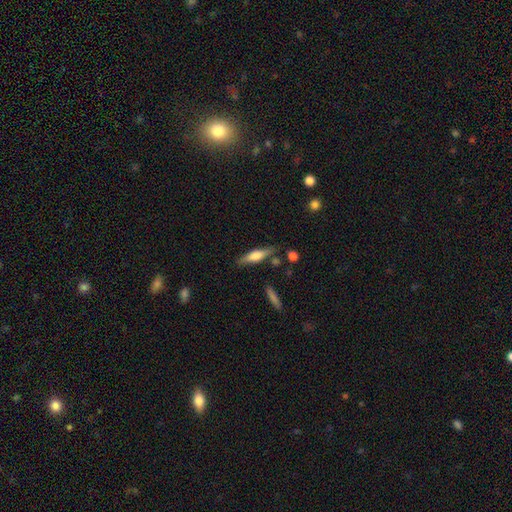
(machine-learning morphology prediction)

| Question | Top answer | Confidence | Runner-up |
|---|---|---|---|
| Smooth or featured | featured or disk | 47% | tied: smooth (47%) |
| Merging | none | 79% | minor disturbance (13%) |